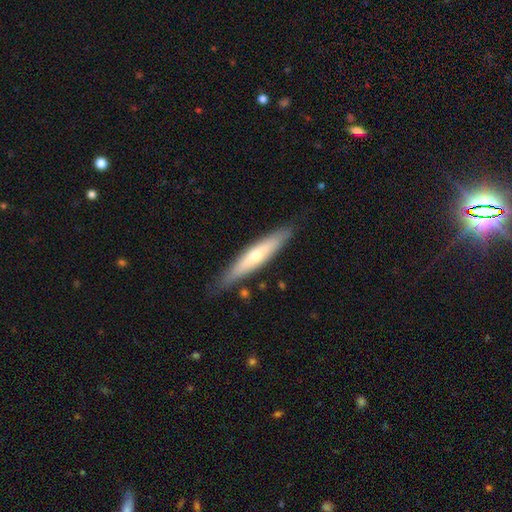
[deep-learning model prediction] smooth_or_featured: featured or disk (p=0.49) [alt: smooth p=0.46]
merging: none (p=0.84) [alt: minor disturbance p=0.12]